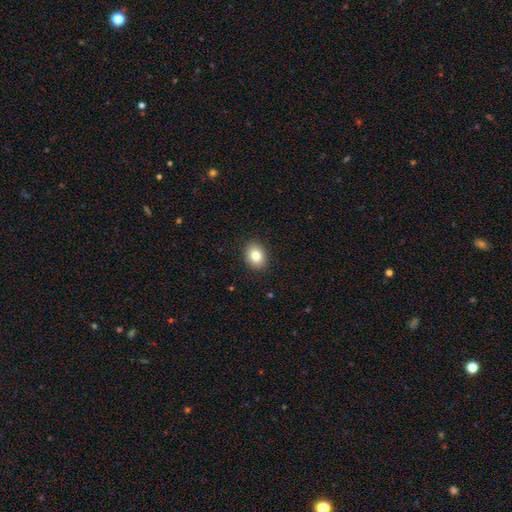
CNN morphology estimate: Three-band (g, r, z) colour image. It shows a smooth galaxy with no disk features (82%) that is in between round and cigar-shaped (57%). Merging: none (90%).